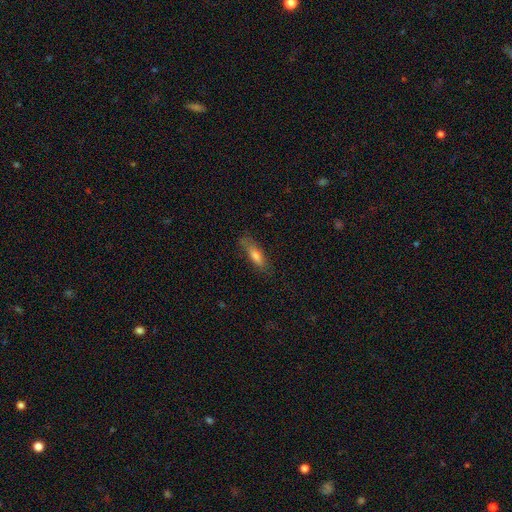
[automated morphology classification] smooth-or-featured: smooth: 67% | featured or disk: 25% | star or artifact: 8%
  how-rounded: cigar-shaped: 60% | in between: 38% | round: 2%
  merging: none: 72% | minor disturbance: 20% | major disturbance: 7% | merger: 2%